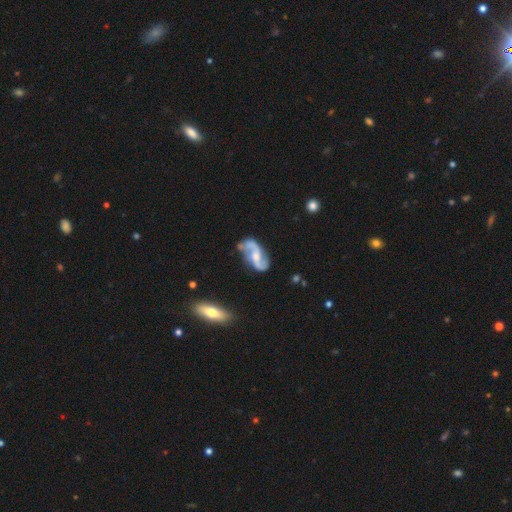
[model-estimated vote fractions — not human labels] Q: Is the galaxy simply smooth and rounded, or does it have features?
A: featured or disk — 86%.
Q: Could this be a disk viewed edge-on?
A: no — 97%.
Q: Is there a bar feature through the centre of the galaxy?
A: weak — 43%.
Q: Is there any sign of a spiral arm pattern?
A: yes — 95%.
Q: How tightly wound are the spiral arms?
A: loose — 61%.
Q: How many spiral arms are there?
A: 2 — 92%.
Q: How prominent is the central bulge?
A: moderate — 46%.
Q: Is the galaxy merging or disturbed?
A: none — 63%.